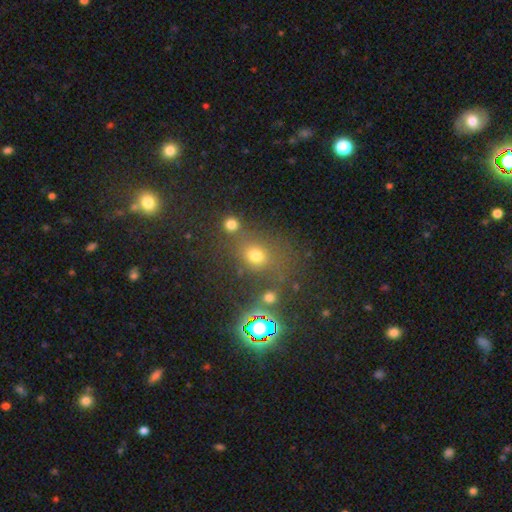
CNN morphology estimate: type=smooth (64%); roundness=round (65%); merging=none (63%).